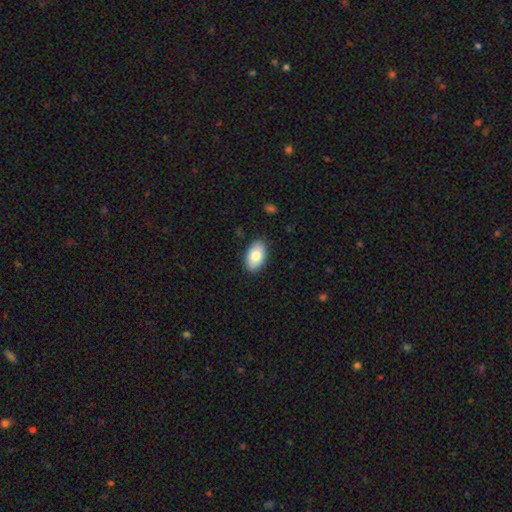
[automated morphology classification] A smooth galaxy with no disk features (82%) that is in between round and cigar-shaped (95%).

Vote fractions:
- Smooth or featured? smooth: 82% / featured or disk: 12% / star or artifact: 6%
- How rounded? in between: 95% / round: 4% / cigar-shaped: 1%
- Merging? none: 88% / minor disturbance: 9% / major disturbance: 2% / merger: 1%